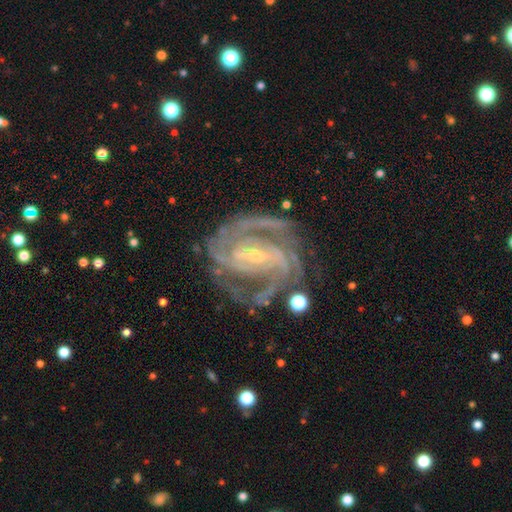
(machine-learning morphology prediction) Smooth or featured? featured or disk (91%)
Edge-on disk? no (97%)
Bar? strong (48%)
Spiral arms? yes (98%)
Spiral winding? tight (53%)
Spiral arm count? 2 (43%)
Bulge size? small (78%)
Merging? none (69%)